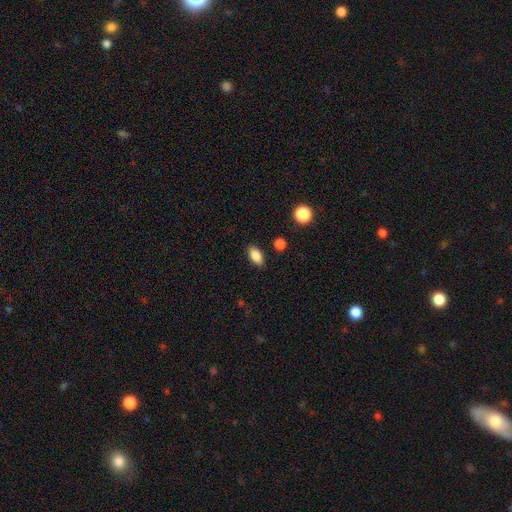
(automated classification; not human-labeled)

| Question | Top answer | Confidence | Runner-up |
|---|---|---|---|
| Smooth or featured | smooth | 86% | star or artifact (8%) |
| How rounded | in between | 89% | round (7%) |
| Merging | none | 86% | minor disturbance (10%) |